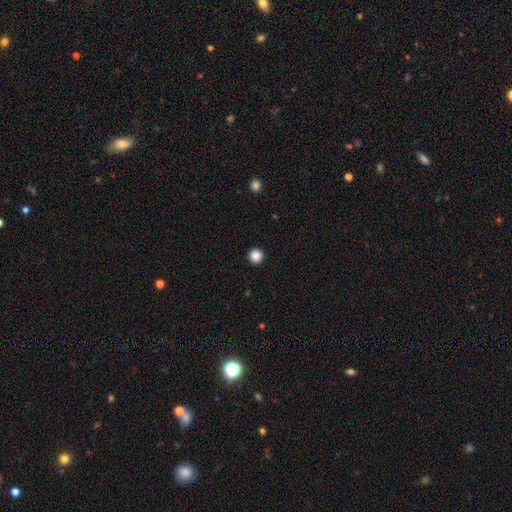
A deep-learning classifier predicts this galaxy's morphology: Smooth or featured? Predicted: smooth (p=0.87). How rounded? Predicted: round (p=0.96). Merging? Predicted: none (p=0.94).